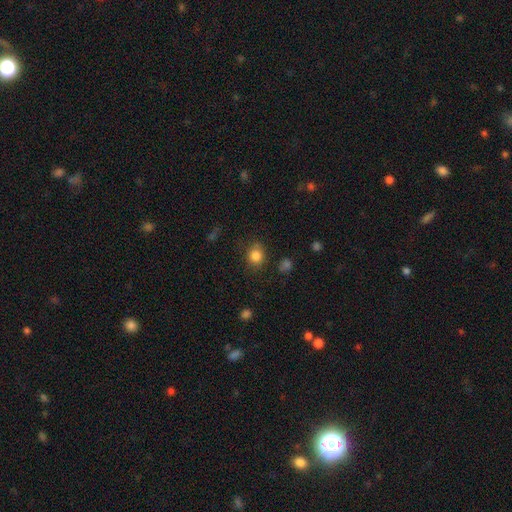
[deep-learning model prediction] A smooth galaxy with no disk features (83%) that is round (75%). Merging: none (78%).